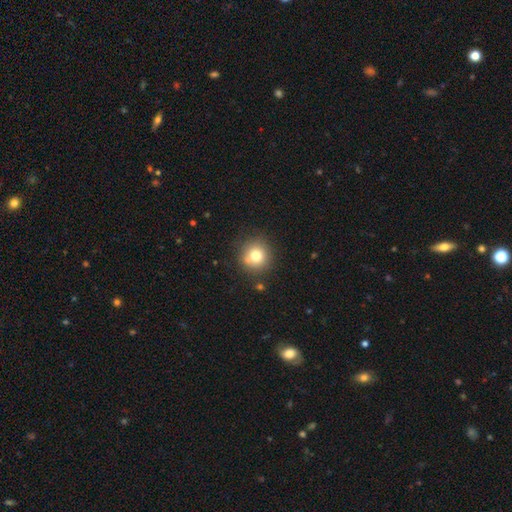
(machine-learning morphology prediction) Smooth or featured: smooth — 76% (star or artifact — 12%)
How rounded: round — 92% (in between — 7%)
Merging: none — 80% (minor disturbance — 10%)